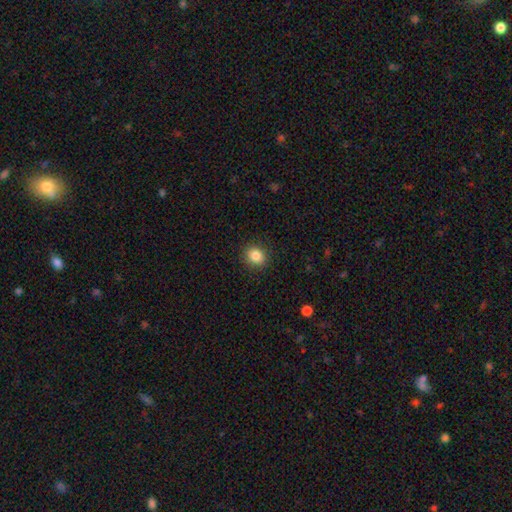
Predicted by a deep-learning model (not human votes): Smooth or featured: smooth — 85% (star or artifact — 10%)
How rounded: round — 81% (in between — 18%)
Merging: none — 90% (minor disturbance — 7%)